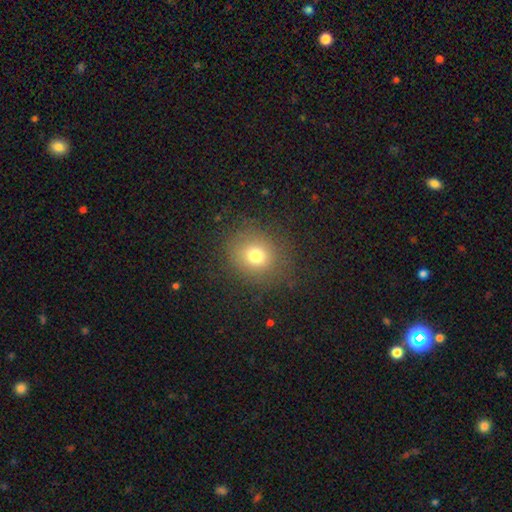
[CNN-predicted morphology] A smooth galaxy with no disk features (73%) that is round (77%). Merging: none (81%).